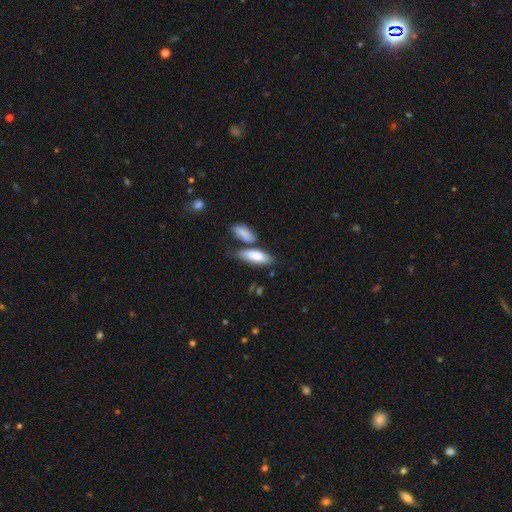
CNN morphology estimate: This appears to be a smooth galaxy with no disk features (81%) that is in between round and cigar-shaped (72%). Merging: none (52%).